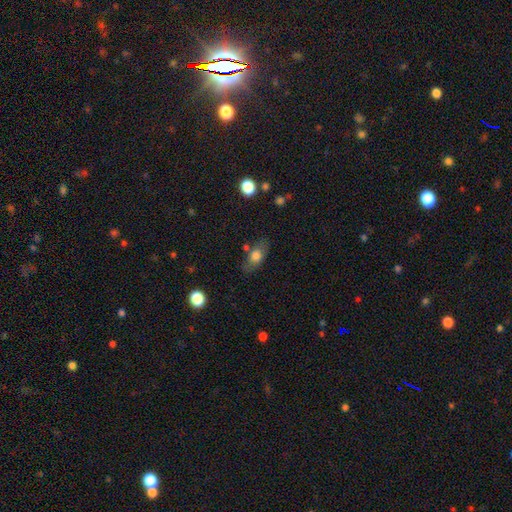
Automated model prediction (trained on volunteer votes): The model was most divided on "smooth or featured": smooth: 69%, featured or disk: 22%, star or artifact: 9%. More confident: how rounded — in between (78%); merging — none (69%).